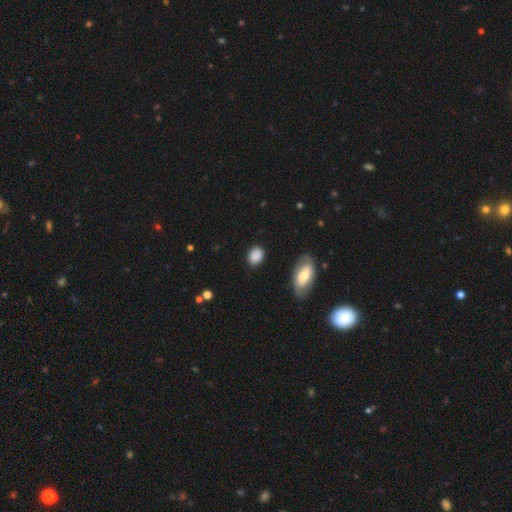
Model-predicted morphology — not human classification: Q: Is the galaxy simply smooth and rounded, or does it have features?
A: smooth — 86%.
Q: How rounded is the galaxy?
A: in between — 64%.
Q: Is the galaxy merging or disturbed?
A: none — 82%.